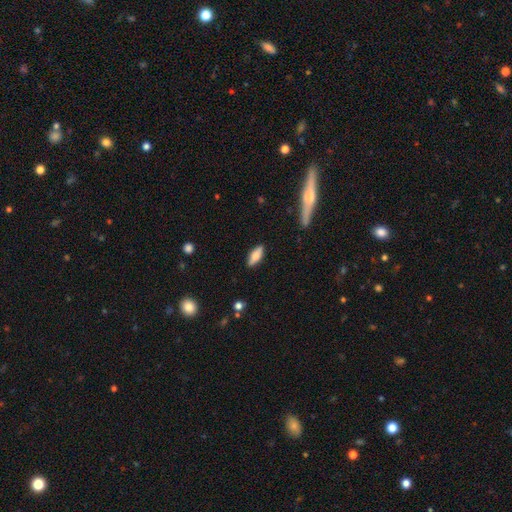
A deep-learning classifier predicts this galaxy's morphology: A smooth galaxy with no disk features (74%) that is in between round and cigar-shaped (68%). Merging: none (87%).